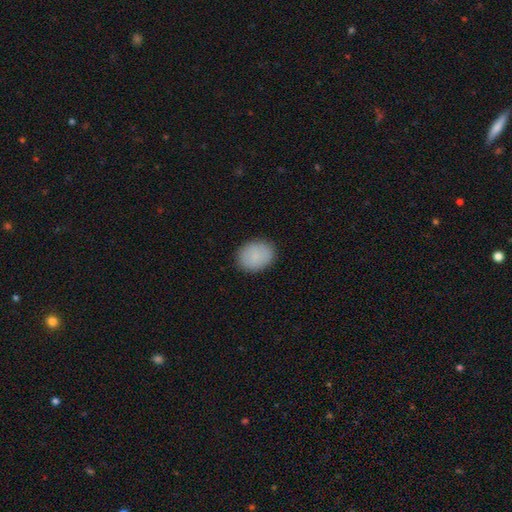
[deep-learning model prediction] Smooth or featured? Predicted: smooth (p=0.87). How rounded? Predicted: in between (p=0.62). Merging? Predicted: none (p=0.88).